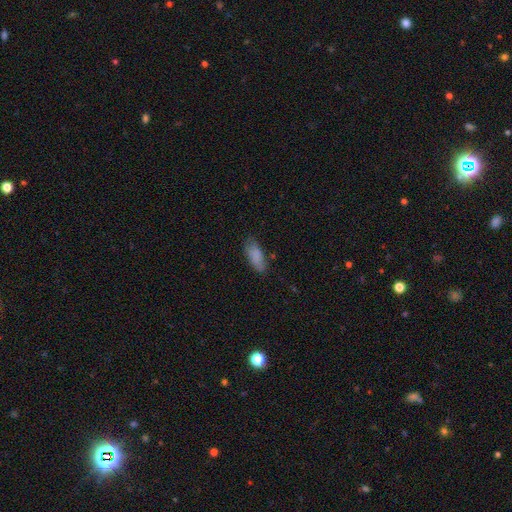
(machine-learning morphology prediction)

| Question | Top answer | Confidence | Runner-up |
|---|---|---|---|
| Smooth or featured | smooth | 83% | featured or disk (9%) |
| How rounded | in between | 78% | cigar-shaped (20%) |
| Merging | none | 68% | minor disturbance (24%) |